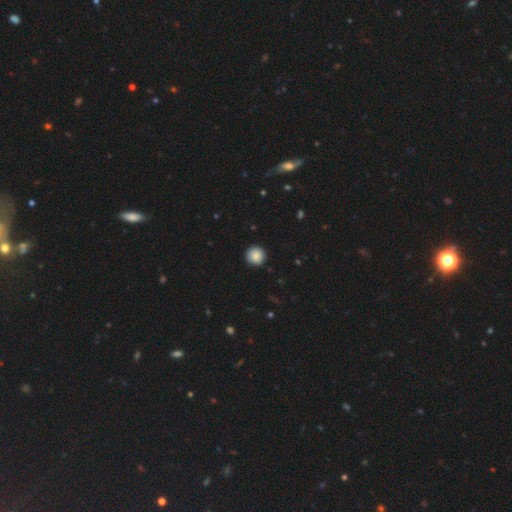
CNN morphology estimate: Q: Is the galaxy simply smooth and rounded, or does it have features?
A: smooth — 88%.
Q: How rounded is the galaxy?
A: round — 96%.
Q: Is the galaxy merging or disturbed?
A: none — 92%.